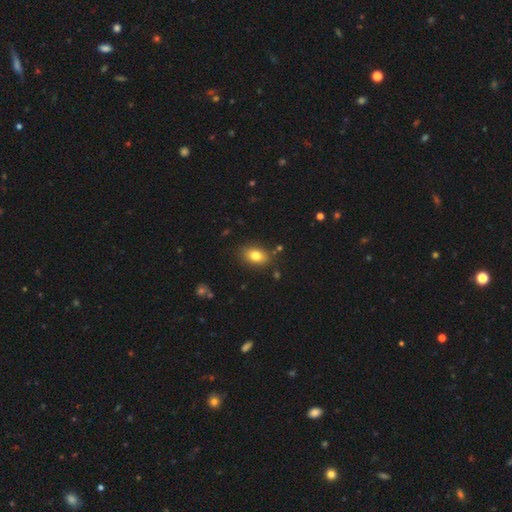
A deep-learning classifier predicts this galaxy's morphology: A smooth galaxy with no disk features (79%) that is in between round and cigar-shaped (82%). Merging: none (83%).